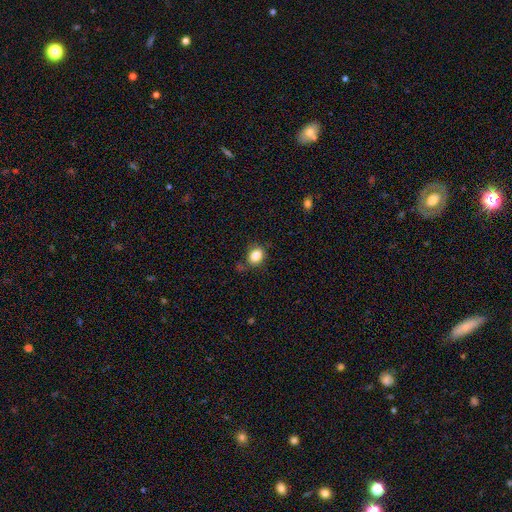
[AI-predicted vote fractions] Smooth or featured?
  - smooth: 84% *
  - star or artifact: 10%
  - featured or disk: 6%
How rounded?
  - round: 50% *
  - in between: 49%
  - cigar-shaped: 1%
Merging?
  - none: 77% *
  - minor disturbance: 15%
  - major disturbance: 4%
  - merger: 4%